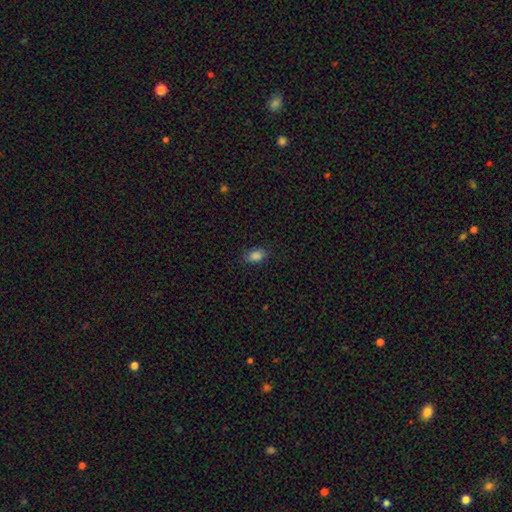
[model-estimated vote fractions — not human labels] A smooth galaxy with no disk features (86%) that is in between round and cigar-shaped (87%). Merging: none (83%).